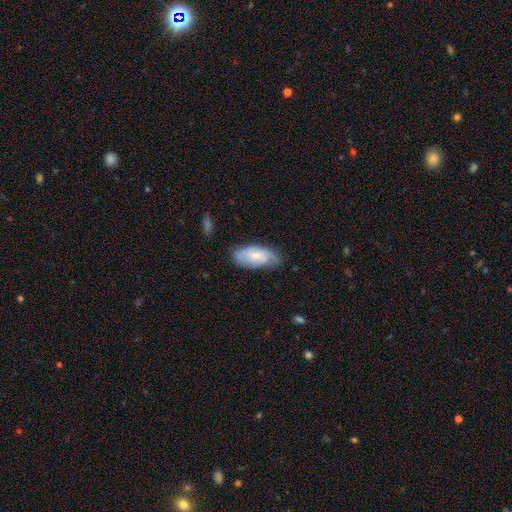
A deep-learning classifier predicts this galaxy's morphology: smooth 49%, featured or disk 45%, star or artifact 6%. Down the decision tree: merging — none (65%).